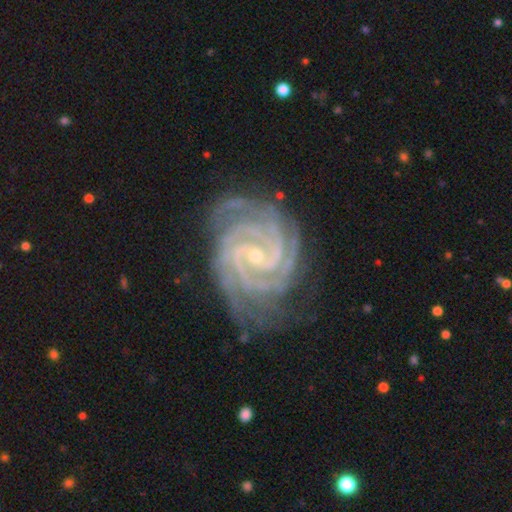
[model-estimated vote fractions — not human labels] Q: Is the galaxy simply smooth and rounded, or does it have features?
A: featured or disk — 94%.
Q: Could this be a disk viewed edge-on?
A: no — 98%.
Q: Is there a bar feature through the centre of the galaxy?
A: no — 40%.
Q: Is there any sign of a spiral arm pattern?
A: yes — 99%.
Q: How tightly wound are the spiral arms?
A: tight — 80%.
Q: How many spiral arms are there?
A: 4 — 24%, tied with 3.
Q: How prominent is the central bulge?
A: small — 78%.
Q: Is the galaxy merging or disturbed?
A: none — 74%.